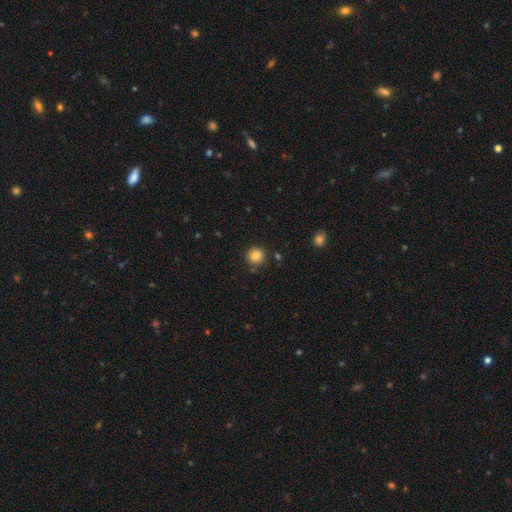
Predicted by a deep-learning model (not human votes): Morphology: type=smooth (84%); roundness=round (93%); merging=none (86%).